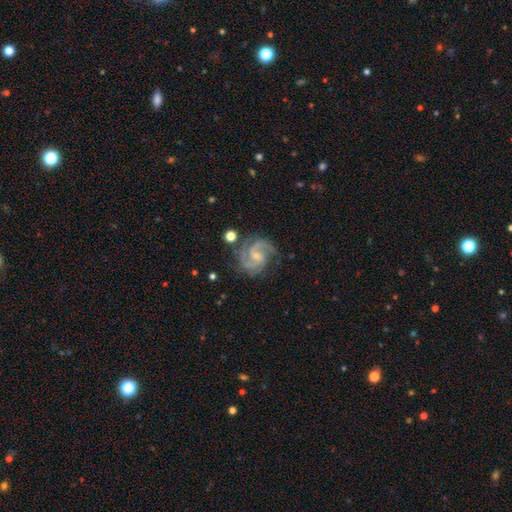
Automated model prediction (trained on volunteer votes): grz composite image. It shows a featured or disk galaxy (91%) with no bar (50%), 2 (43%) medium (52%) spiral arms (98%) and a small central bulge (73%). Merging: none (73%).